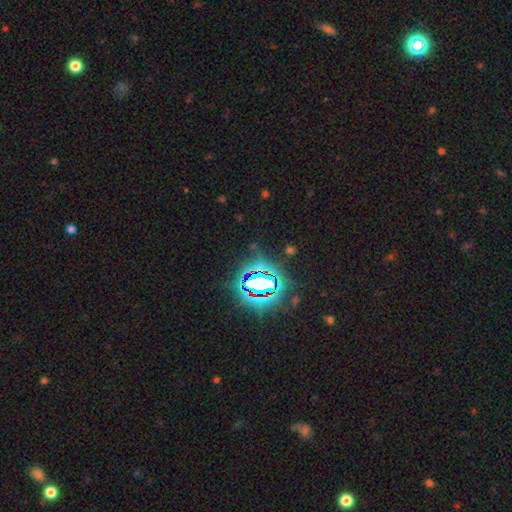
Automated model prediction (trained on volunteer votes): Smooth or featured: star or artifact — 80% (smooth — 12%)